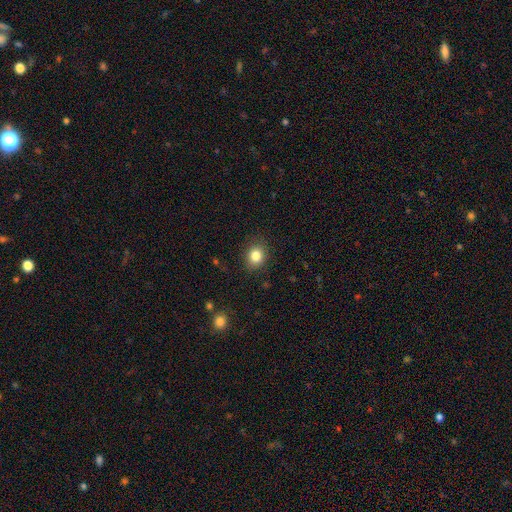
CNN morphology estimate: Smooth or featured? smooth (83%)
How rounded? round (64%)
Merging? none (86%)